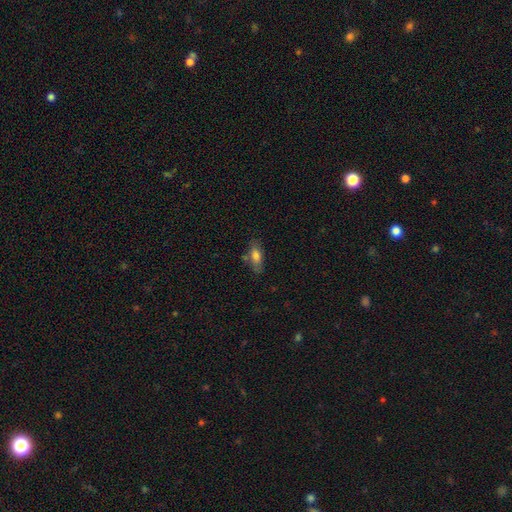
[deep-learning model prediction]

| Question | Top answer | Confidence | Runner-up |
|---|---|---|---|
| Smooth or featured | smooth | 75% | featured or disk (18%) |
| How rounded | in between | 74% | cigar-shaped (23%) |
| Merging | none | 70% | minor disturbance (18%) |